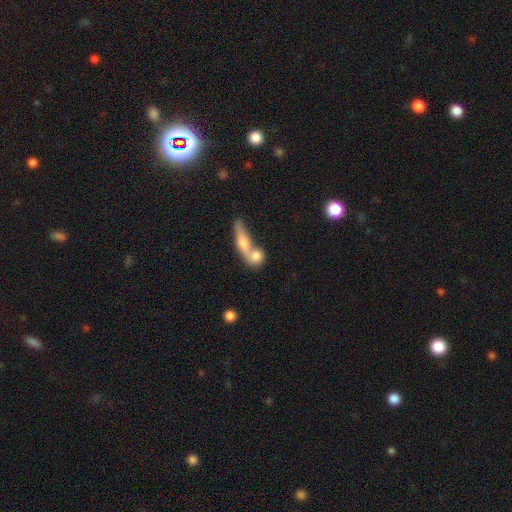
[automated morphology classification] smooth 73%, featured or disk 20%, star or artifact 7%. Down the decision tree: how rounded — round (48%); merging — merger (60%).